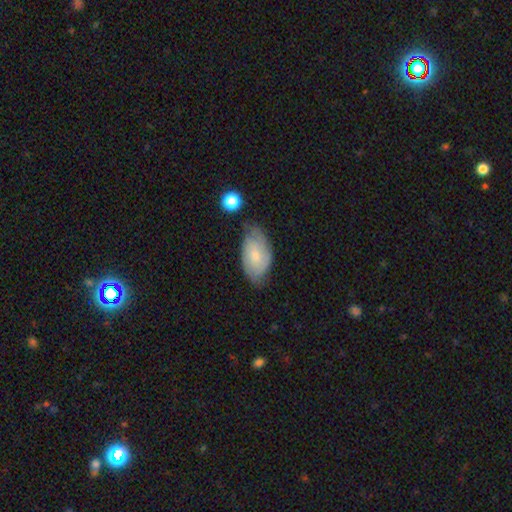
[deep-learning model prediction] Smooth or featured: smooth — 50% (featured or disk — 43%)
How rounded: in between — 92% (round — 6%)
Merging: none — 58% (minor disturbance — 31%)